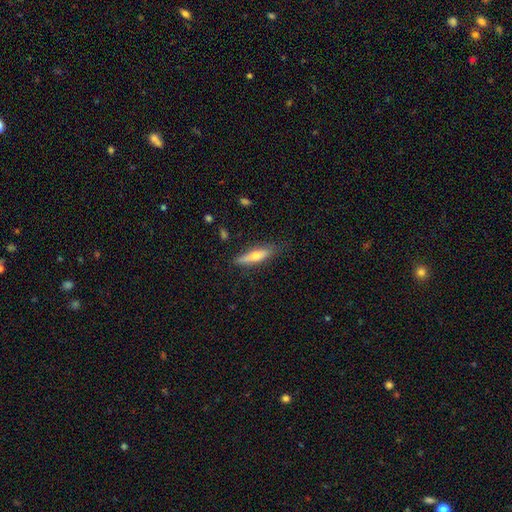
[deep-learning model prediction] smooth_or_featured: smooth (p=0.58) [alt: featured or disk p=0.36]
how_rounded: cigar-shaped (p=0.71) [alt: in between p=0.27]
merging: none (p=0.76) [alt: minor disturbance p=0.18]